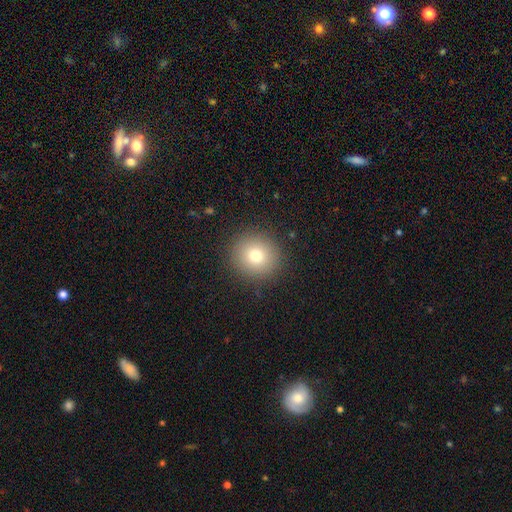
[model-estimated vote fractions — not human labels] Smooth or featured? Predicted: smooth (p=0.77). How rounded? Predicted: round (p=0.94). Merging? Predicted: none (p=0.91).